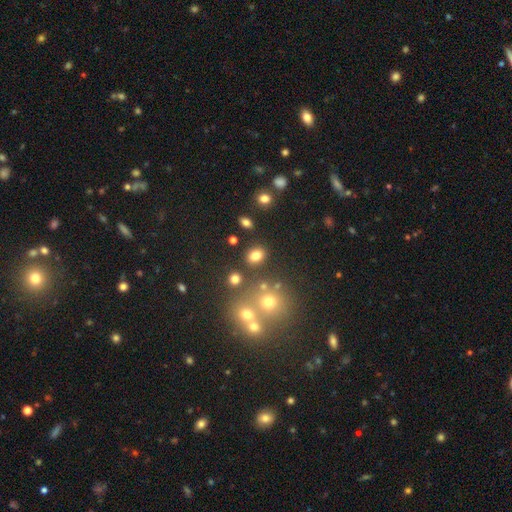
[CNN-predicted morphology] Q: Smooth or featured?
A: smooth (77%); runner-up: star or artifact (15%)
Q: How rounded?
A: in between (56%); runner-up: round (42%)
Q: Merging?
A: none (80%); runner-up: minor disturbance (10%)